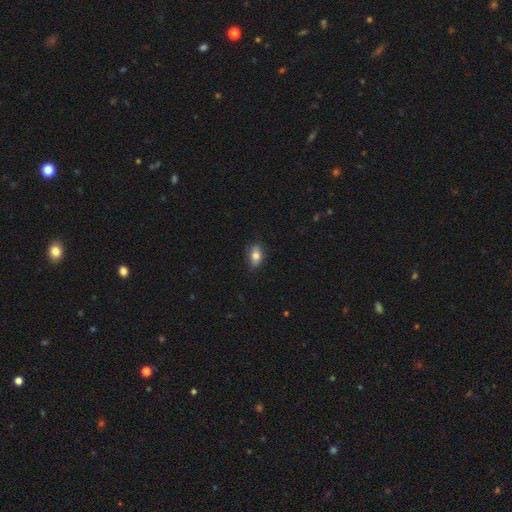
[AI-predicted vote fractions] smooth 77%, featured or disk 15%, star or artifact 8%. Down the decision tree: how rounded — in between (87%); merging — none (82%).